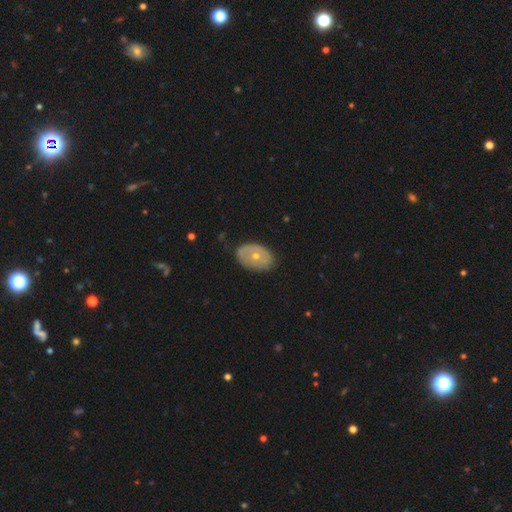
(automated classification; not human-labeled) A featured or disk galaxy (48%). Merging: none (73%).